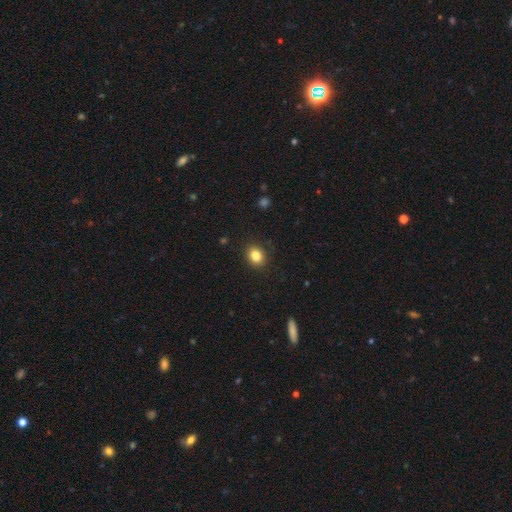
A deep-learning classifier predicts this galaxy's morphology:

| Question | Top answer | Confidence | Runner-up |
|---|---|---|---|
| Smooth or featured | smooth | 84% | star or artifact (10%) |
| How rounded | round | 59% | in between (41%) |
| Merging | none | 89% | minor disturbance (8%) |